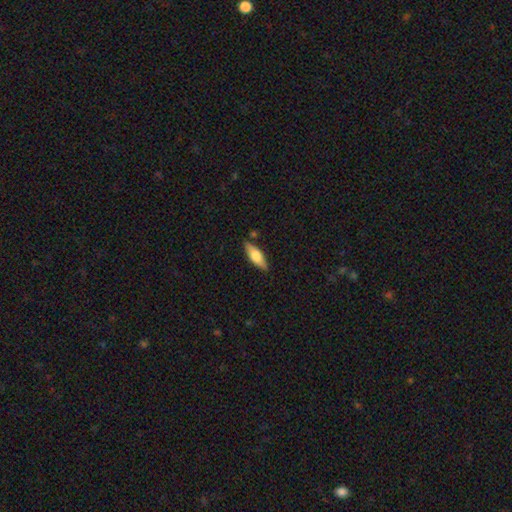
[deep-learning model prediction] Smooth or featured: smooth — 63% (featured or disk — 31%)
How rounded: in between — 59% (cigar-shaped — 38%)
Merging: none — 84% (minor disturbance — 11%)